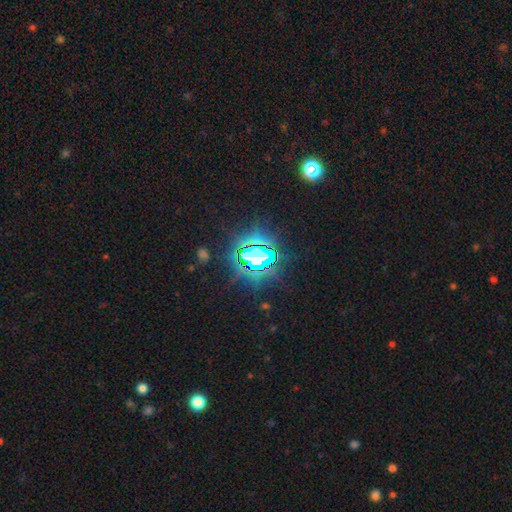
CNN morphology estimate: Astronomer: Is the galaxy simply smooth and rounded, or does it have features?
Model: star or artifact — 77%.